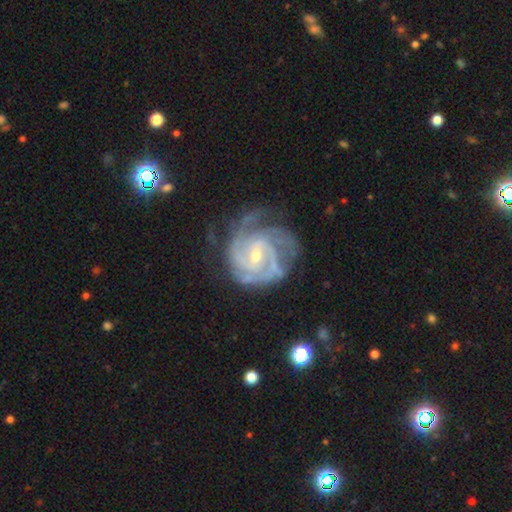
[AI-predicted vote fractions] smooth_or_featured: featured or disk (p=0.91) [alt: star or artifact p=0.05]
disk_edge_on: no (p=0.98) [alt: yes p=0.02]
bar: weak (p=0.51) [alt: no p=0.35]
has_spiral_arms: yes (p=0.98) [alt: no p=0.02]
spiral_winding: tight (p=0.65) [alt: medium p=0.30]
spiral_arm_count: 3 (p=0.31) [alt: 2 p=0.26]
bulge_size: small (p=0.51) [alt: moderate p=0.46]
merging: none (p=0.58) [alt: minor disturbance p=0.24]